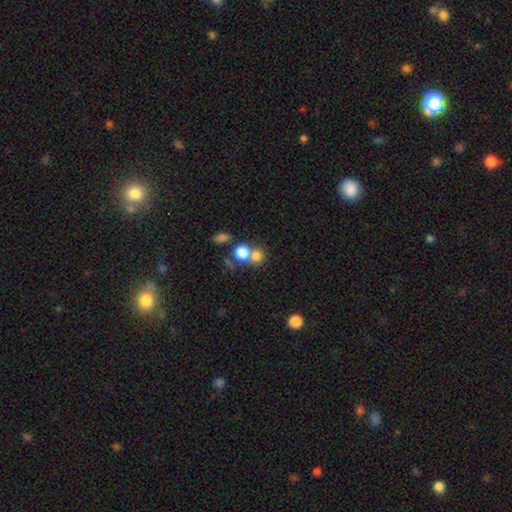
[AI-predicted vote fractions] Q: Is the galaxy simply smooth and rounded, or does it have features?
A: smooth — 76%.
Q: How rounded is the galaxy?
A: round — 82%.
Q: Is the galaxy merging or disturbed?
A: merger — 49%.